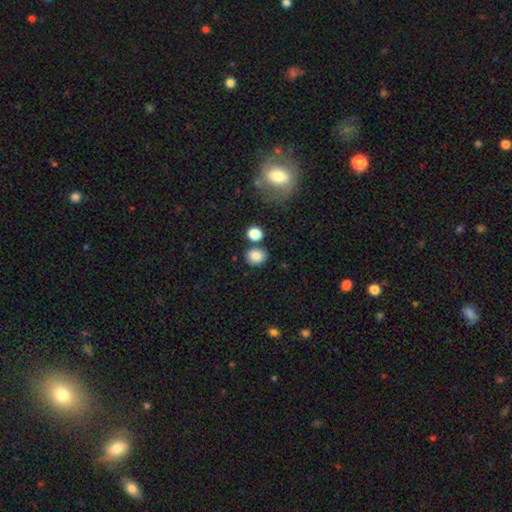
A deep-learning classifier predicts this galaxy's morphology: smooth_or_featured: smooth (p=0.84) [alt: star or artifact p=0.10]
how_rounded: round (p=0.70) [alt: in between p=0.29]
merging: none (p=0.76) [alt: merger p=0.11]